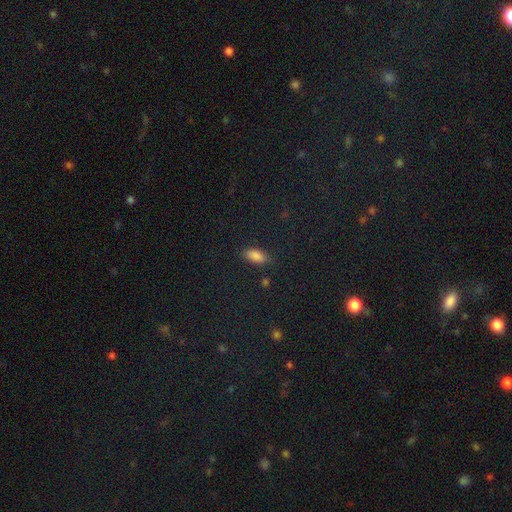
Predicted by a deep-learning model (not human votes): smooth_or_featured: smooth (p=0.84) [alt: star or artifact p=0.11]
how_rounded: in between (p=0.88) [alt: cigar-shaped p=0.09]
merging: none (p=0.80) [alt: minor disturbance p=0.14]